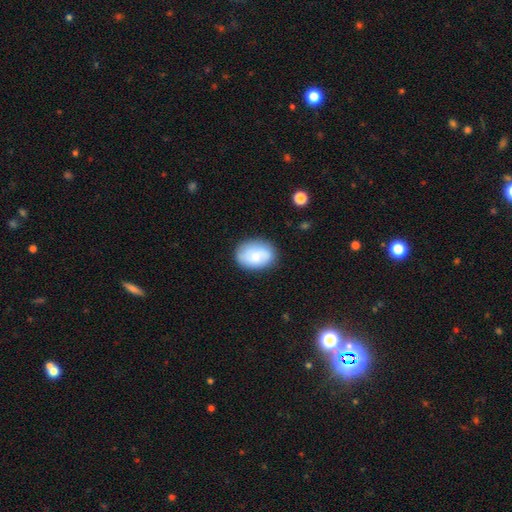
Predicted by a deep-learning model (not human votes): smooth 75%, featured or disk 18%, star or artifact 7%. Down the decision tree: how rounded — in between (72%); merging — none (80%).